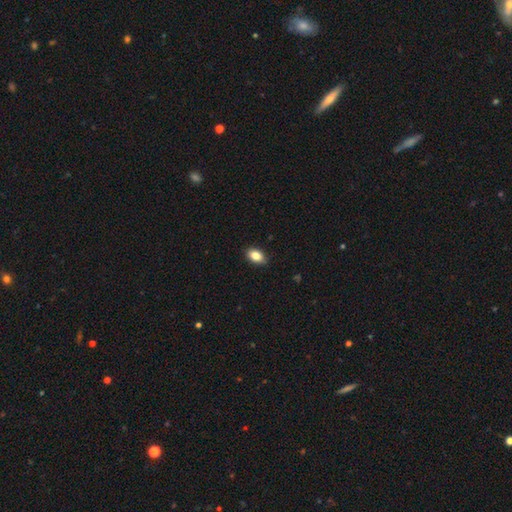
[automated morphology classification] Smooth or featured? Predicted: smooth (p=0.84). How rounded? Predicted: in between (p=0.85). Merging? Predicted: none (p=0.87).